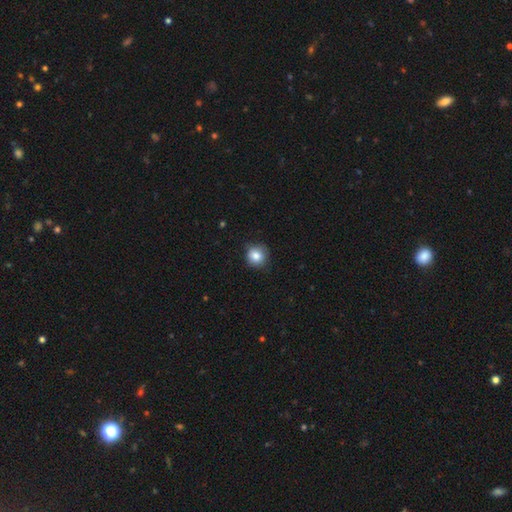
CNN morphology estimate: A smooth galaxy with no disk features (85%) that is round (91%). Merging: none (80%).